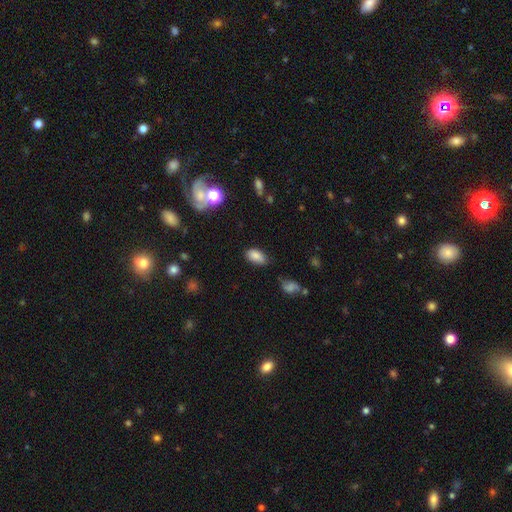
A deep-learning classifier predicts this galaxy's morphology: Smooth or featured? smooth (84%)
How rounded? in between (92%)
Merging? none (75%)